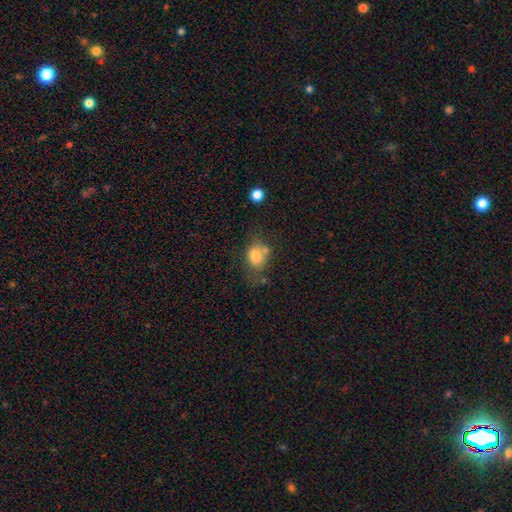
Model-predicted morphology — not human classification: smooth 78%, featured or disk 12%, star or artifact 10%. Down the decision tree: how rounded — in between (56%); merging — none (50%).